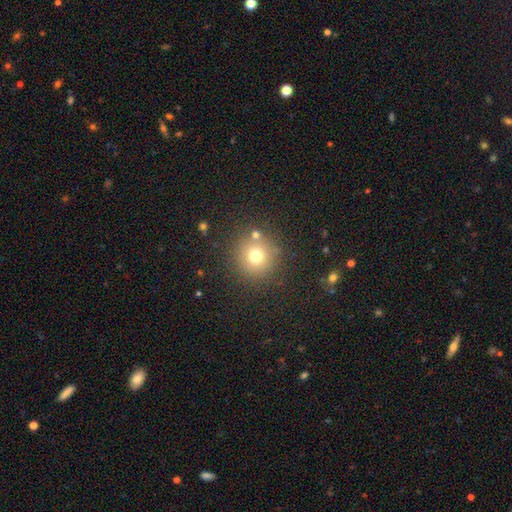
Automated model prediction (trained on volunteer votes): A smooth galaxy with no disk features (72%) that is round (94%). Merging: none (81%).